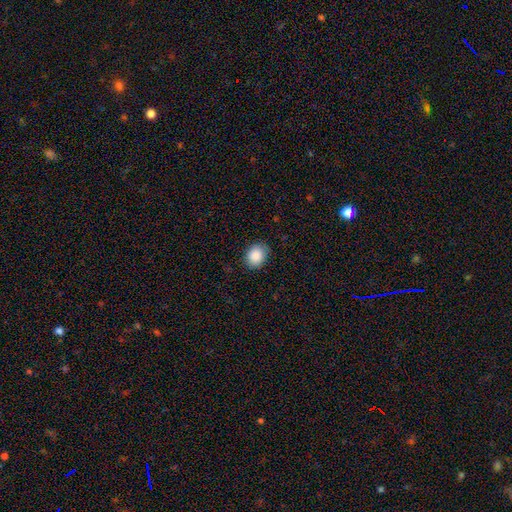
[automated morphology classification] Overall: smooth (88%). How rounded: in between (50%, tied with round). Merging: none (85%).